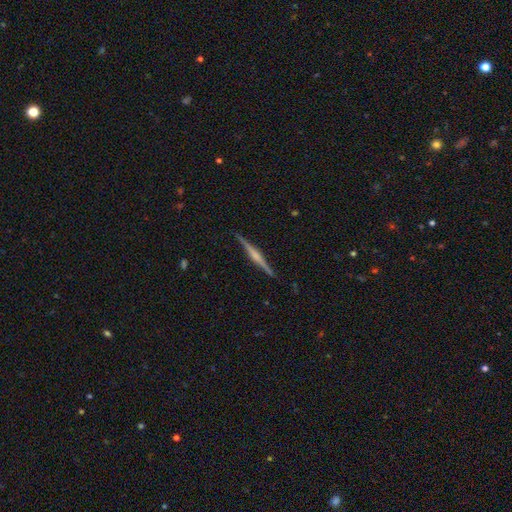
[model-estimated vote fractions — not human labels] A featured or disk galaxy (79%) viewed edge-on (98%) with a rounded central bulge (63%).

Vote fractions:
- Smooth or featured? featured or disk: 79% / smooth: 15% / star or artifact: 6%
- Edge-on disk? yes: 98% / no: 2%
- Edge-on bulge? rounded: 63% / boxy: 23% / none: 14%
- Merging? none: 91% / minor disturbance: 7% / major disturbance: 1% / merger: 1%